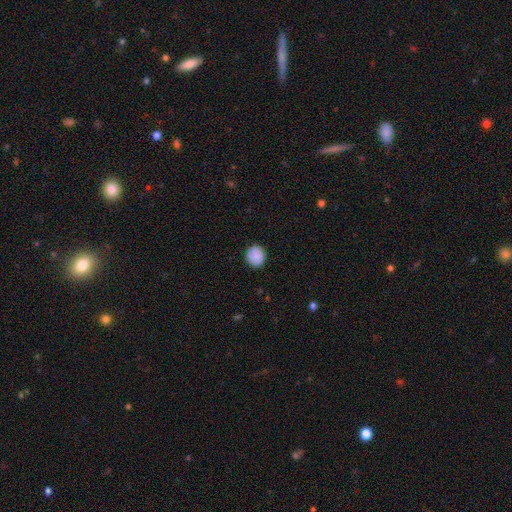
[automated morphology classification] Q: Smooth or featured?
A: smooth (89%); runner-up: star or artifact (7%)
Q: How rounded?
A: round (82%); runner-up: in between (17%)
Q: Merging?
A: none (88%); runner-up: minor disturbance (9%)